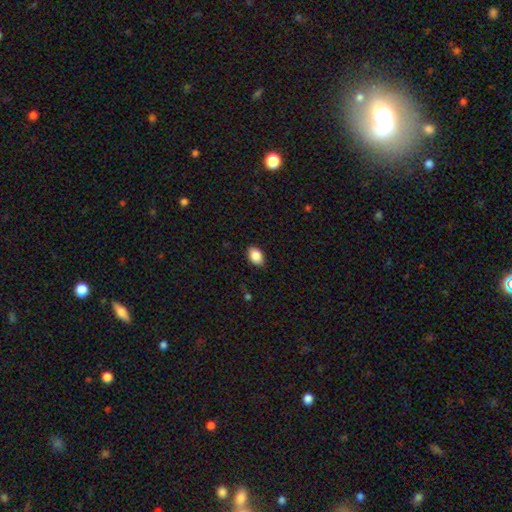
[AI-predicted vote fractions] Q: Smooth or featured?
A: smooth (88%); runner-up: star or artifact (8%)
Q: How rounded?
A: in between (84%); runner-up: round (15%)
Q: Merging?
A: none (86%); runner-up: minor disturbance (11%)